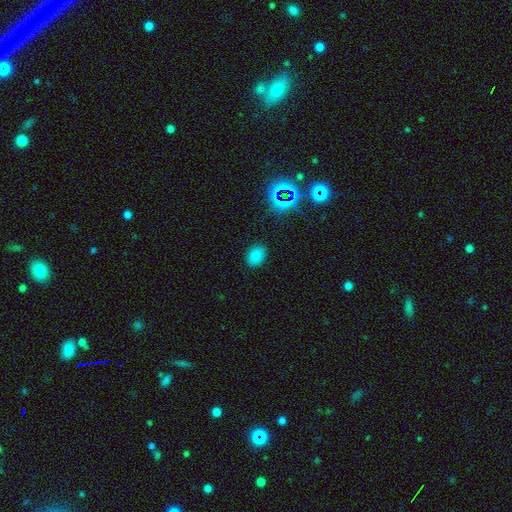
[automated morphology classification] smooth 77%, star or artifact 18%, featured or disk 4%. Down the decision tree: how rounded — in between (63%); merging — none (86%).